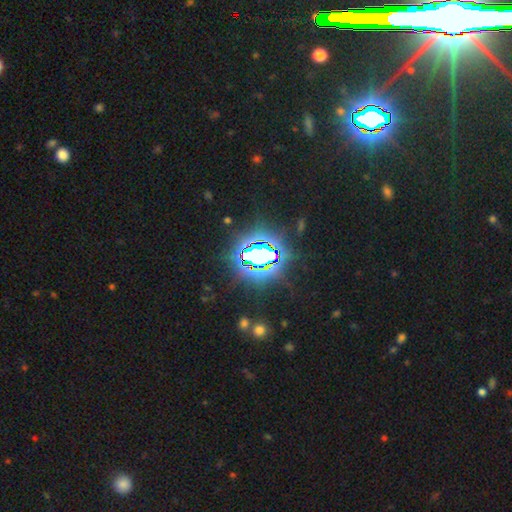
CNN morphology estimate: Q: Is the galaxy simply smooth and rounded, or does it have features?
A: star or artifact — 77%.